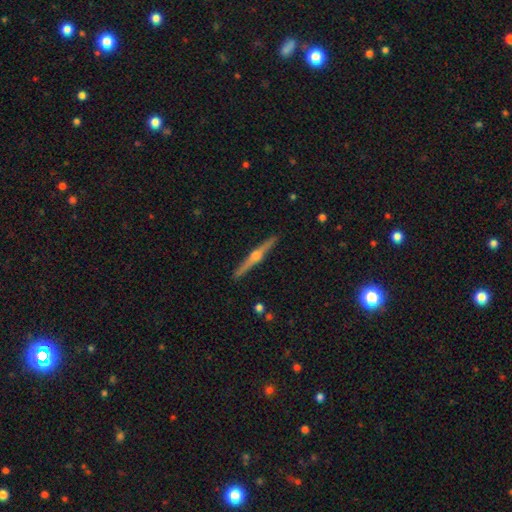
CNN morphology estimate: A featured or disk galaxy (83%) viewed edge-on (99%) with a rounded central bulge (94%).

Vote fractions:
- Smooth or featured? featured or disk: 83% / smooth: 12% / star or artifact: 5%
- Edge-on disk? yes: 99% / no: 1%
- Edge-on bulge? rounded: 94% / boxy: 3% / none: 3%
- Merging? none: 92% / minor disturbance: 5% / major disturbance: 1% / merger: 1%